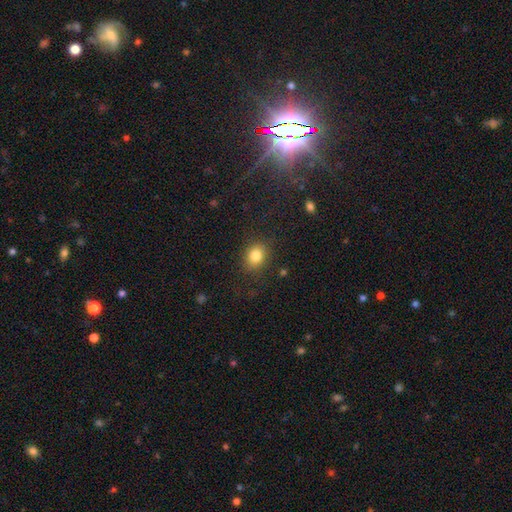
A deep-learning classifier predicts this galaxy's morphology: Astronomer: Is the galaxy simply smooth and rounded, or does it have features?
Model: smooth — 83%.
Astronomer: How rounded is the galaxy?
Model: round — 52% (runner-up: in between, 47%).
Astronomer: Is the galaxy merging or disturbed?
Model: none — 83%.